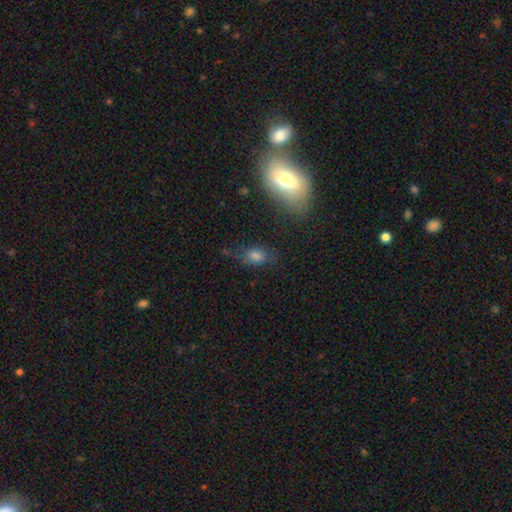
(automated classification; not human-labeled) Morphology: type=smooth (69%); roundness=in between (78%); merging=none (68%).